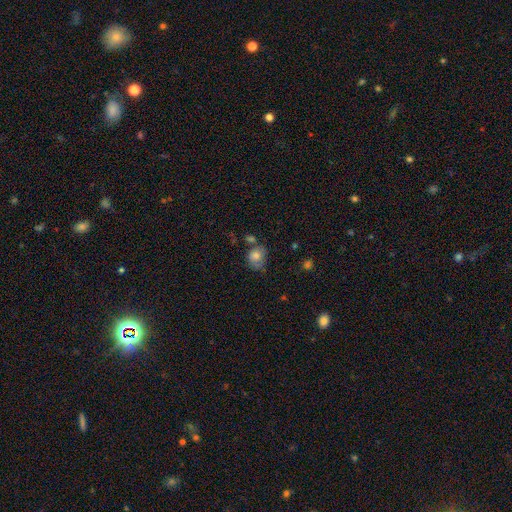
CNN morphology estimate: type=smooth (77%); roundness=round (58%); merging=none (45%).